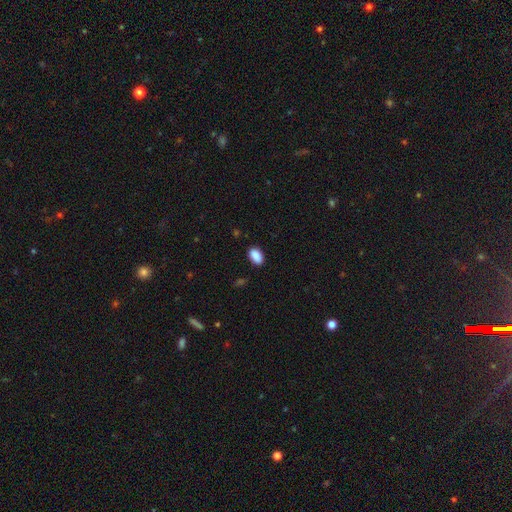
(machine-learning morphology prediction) smooth-or-featured: smooth: 90% | star or artifact: 7% | featured or disk: 3%
  how-rounded: in between: 92% | round: 7% | cigar-shaped: 1%
  merging: none: 85% | minor disturbance: 11% | major disturbance: 2% | merger: 1%